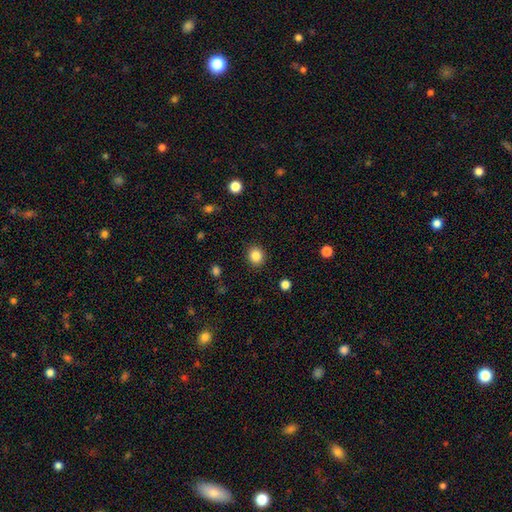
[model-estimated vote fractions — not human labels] Morphology: type=smooth (85%); roundness=round (81%); merging=none (90%).